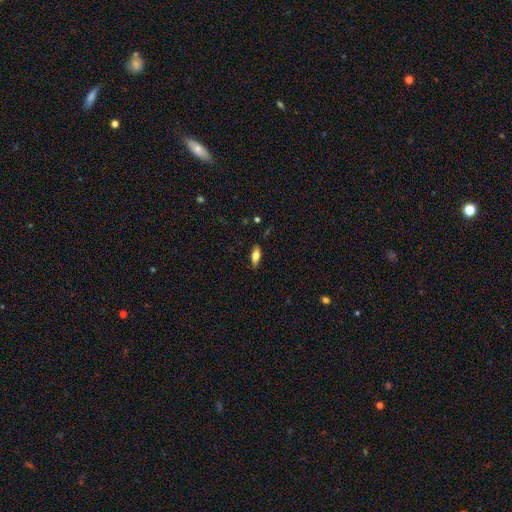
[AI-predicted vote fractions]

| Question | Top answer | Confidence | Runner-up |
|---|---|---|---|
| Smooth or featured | smooth | 76% | featured or disk (16%) |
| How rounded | in between | 77% | cigar-shaped (20%) |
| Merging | none | 84% | minor disturbance (12%) |